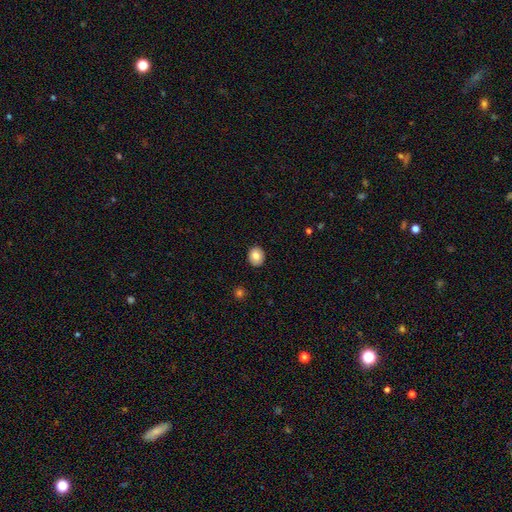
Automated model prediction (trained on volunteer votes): Overall: smooth (83%). How rounded: round (65%; in between 34%). Merging: none (91%).